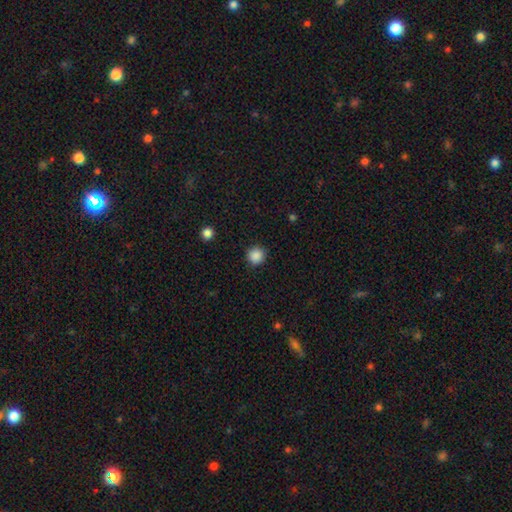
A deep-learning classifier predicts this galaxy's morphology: Smooth or featured? smooth (87%)
How rounded? round (93%)
Merging? none (90%)